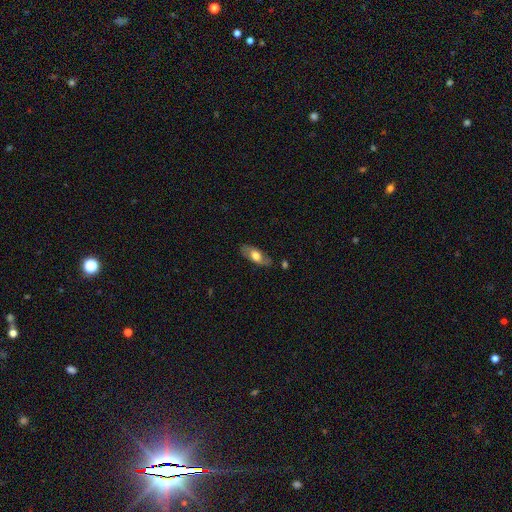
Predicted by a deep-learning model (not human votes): smooth-or-featured: smooth: 55% | featured or disk: 39% | star or artifact: 6%
  how-rounded: in between: 79% | cigar-shaped: 17% | round: 4%
  merging: none: 77% | minor disturbance: 16% | major disturbance: 4% | merger: 2%